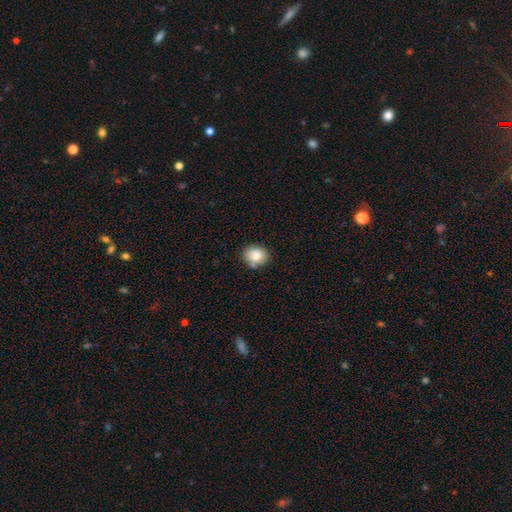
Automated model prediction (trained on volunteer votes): smooth-or-featured: smooth: 84% | star or artifact: 9% | featured or disk: 8%
  how-rounded: round: 59% | in between: 40% | cigar-shaped: 1%
  merging: none: 78% | minor disturbance: 14% | merger: 5% | major disturbance: 3%